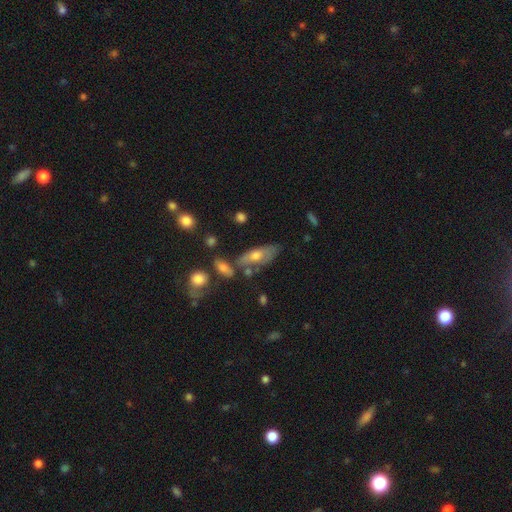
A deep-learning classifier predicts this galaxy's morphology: Smooth or featured?
  - smooth: 56% *
  - featured or disk: 36%
  - star or artifact: 8%
How rounded?
  - in between: 72% *
  - cigar-shaped: 24%
  - round: 4%
Merging?
  - none: 54% *
  - minor disturbance: 23%
  - merger: 14%
  - major disturbance: 9%